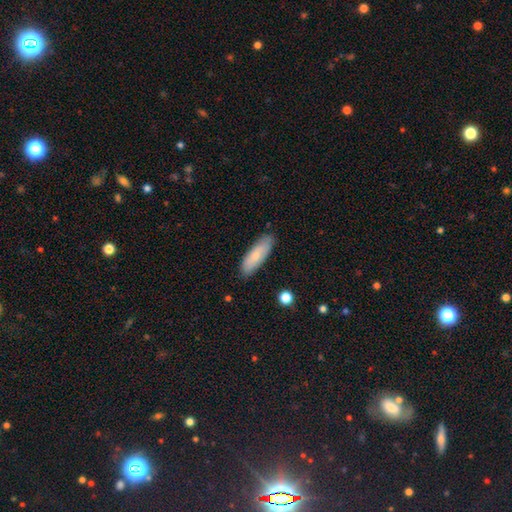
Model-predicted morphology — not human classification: This appears to be a smooth galaxy with no disk features (76%) that is in between round and cigar-shaped (55%). Merging: none (85%).